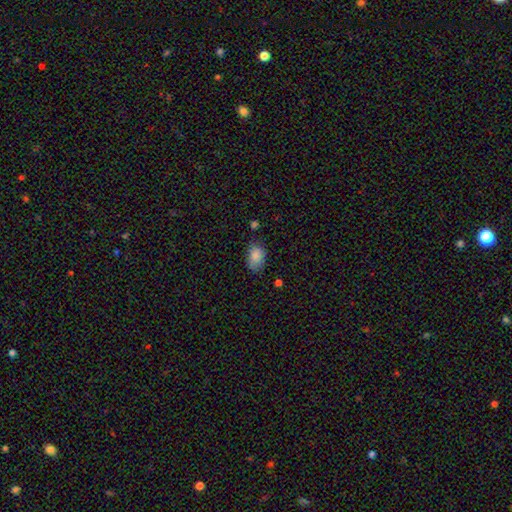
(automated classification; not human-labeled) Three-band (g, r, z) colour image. It shows a smooth galaxy with no disk features (87%) that is in between round and cigar-shaped (85%). Merging: none (69%).